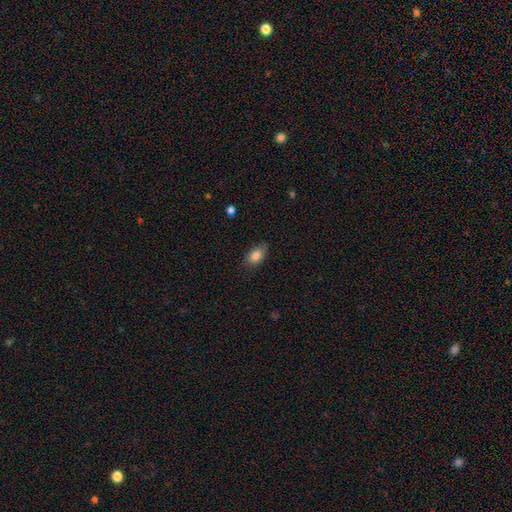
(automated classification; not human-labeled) smooth 83%, featured or disk 8%, star or artifact 8%. Down the decision tree: how rounded — in between (86%); merging — none (75%).